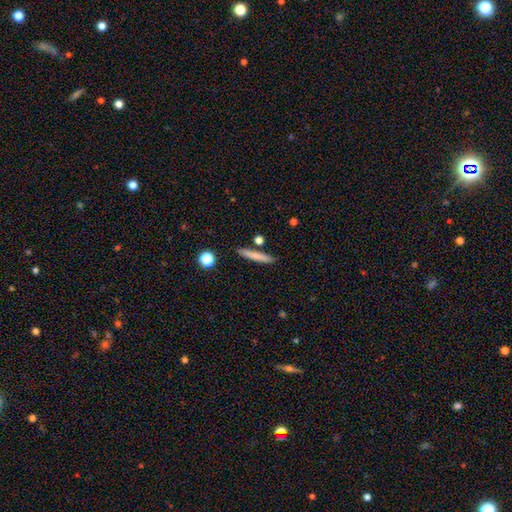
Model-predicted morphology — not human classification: smooth_or_featured: smooth (p=0.77) [alt: featured or disk p=0.16]
how_rounded: cigar-shaped (p=0.93) [alt: in between p=0.05]
merging: none (p=0.86) [alt: minor disturbance p=0.08]